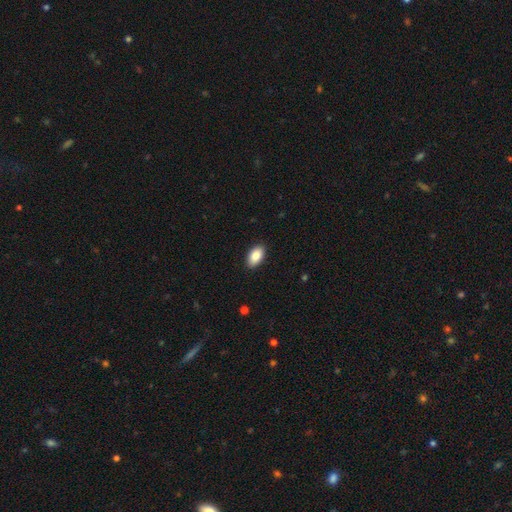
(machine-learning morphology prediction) Smooth or featured?
  - smooth: 87% *
  - star or artifact: 7%
  - featured or disk: 6%
How rounded?
  - in between: 94% *
  - round: 4%
  - cigar-shaped: 2%
Merging?
  - none: 89% *
  - minor disturbance: 8%
  - major disturbance: 2%
  - merger: 1%